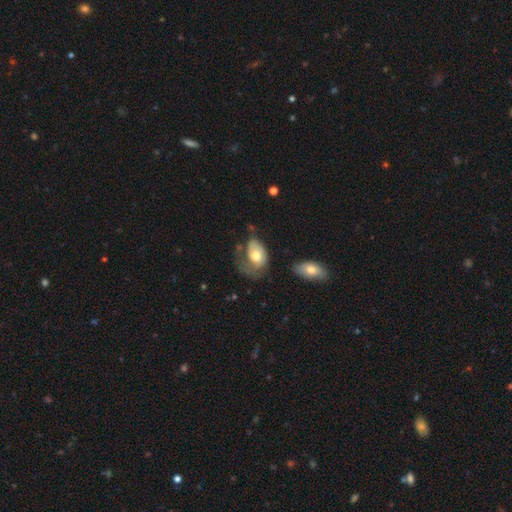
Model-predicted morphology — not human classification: smooth 56%, featured or disk 38%, star or artifact 6%. Down the decision tree: how rounded — in between (78%); merging — major disturbance (46%).